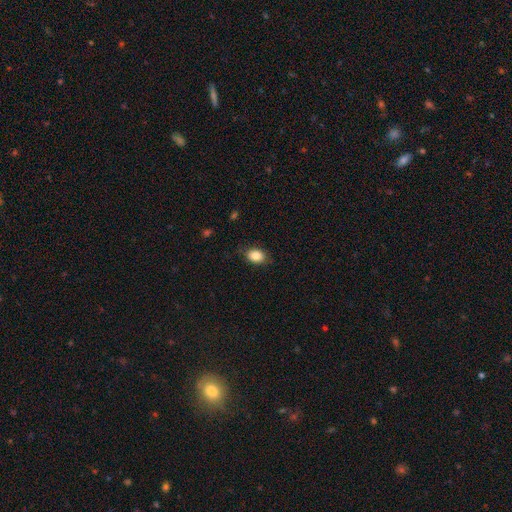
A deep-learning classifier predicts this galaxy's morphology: Q: Smooth or featured?
A: smooth (85%); runner-up: star or artifact (9%)
Q: How rounded?
A: in between (72%); runner-up: round (27%)
Q: Merging?
A: none (81%); runner-up: minor disturbance (14%)